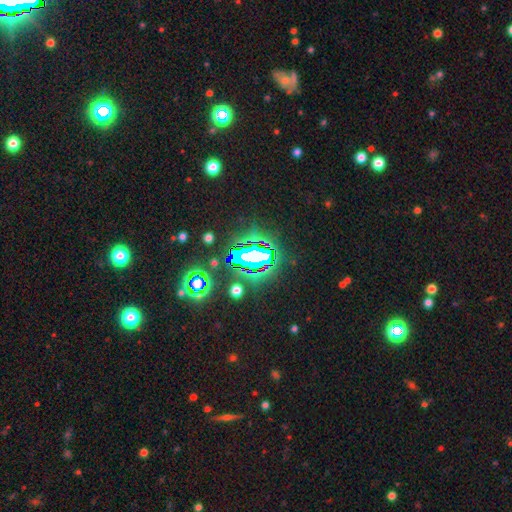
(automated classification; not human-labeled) smooth-or-featured: star or artifact: 72% | smooth: 16% | featured or disk: 12%